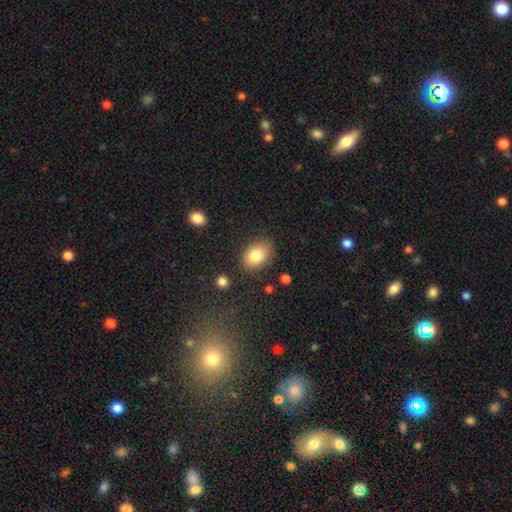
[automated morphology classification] smooth_or_featured: smooth (p=0.83) [alt: featured or disk p=0.10]
how_rounded: in between (p=0.79) [alt: round p=0.20]
merging: none (p=0.81) [alt: minor disturbance p=0.13]